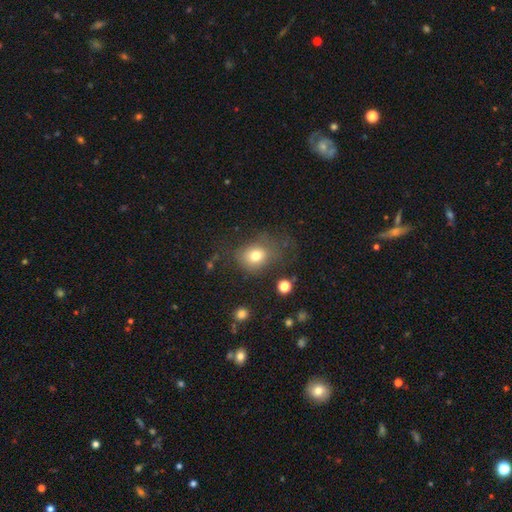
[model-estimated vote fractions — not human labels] This appears to be a smooth galaxy with no disk features (75%) that is round (58%). Merging: none (58%).